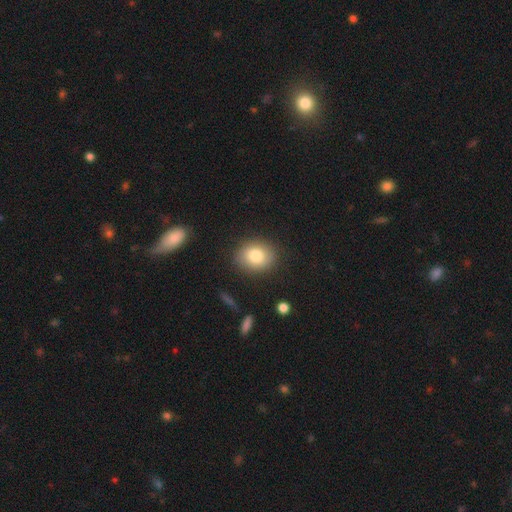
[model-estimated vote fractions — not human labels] This appears to be a smooth galaxy with no disk features (81%) that is round (51%). Merging: none (86%).